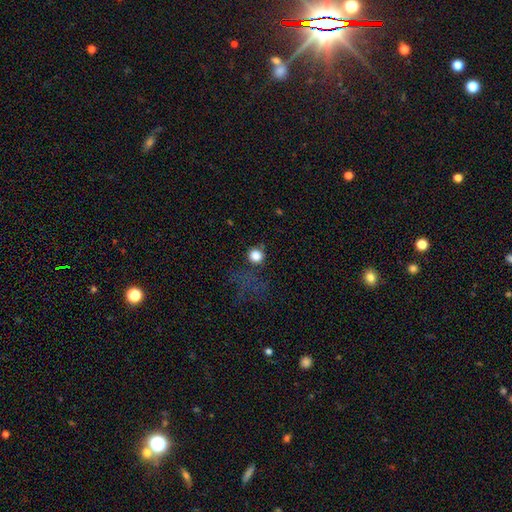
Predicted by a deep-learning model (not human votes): smooth-or-featured: smooth: 80% | star or artifact: 15% | featured or disk: 5%
  how-rounded: round: 89% | in between: 9% | cigar-shaped: 1%
  merging: none: 70% | minor disturbance: 13% | major disturbance: 12% | merger: 5%